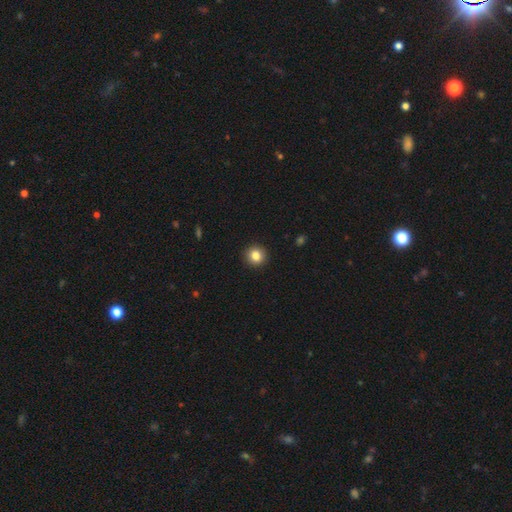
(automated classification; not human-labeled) smooth 84%, star or artifact 10%, featured or disk 6%. Down the decision tree: how rounded — round (92%); merging — none (93%).